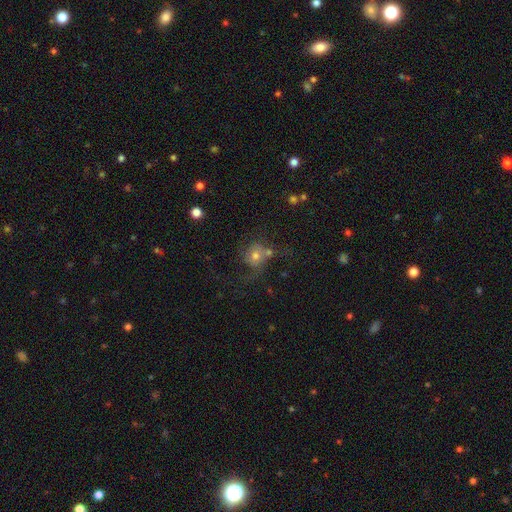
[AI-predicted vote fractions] A smooth galaxy with no disk features (50%) that is round (80%). Merging: none (45%).